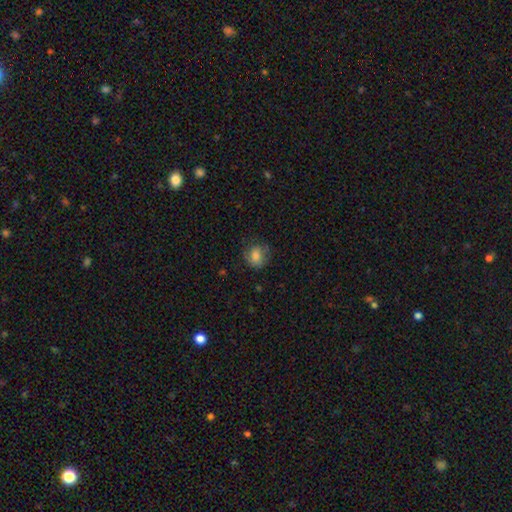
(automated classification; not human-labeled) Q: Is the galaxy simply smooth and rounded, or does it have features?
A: smooth — 73%.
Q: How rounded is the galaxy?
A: round — 61%.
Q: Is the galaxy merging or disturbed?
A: none — 64%.